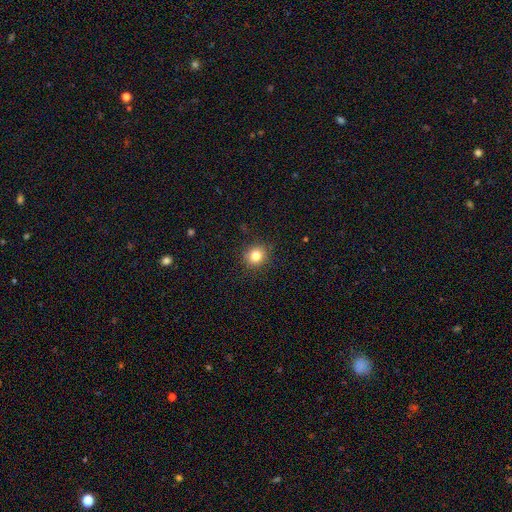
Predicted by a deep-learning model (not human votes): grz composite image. It shows a smooth galaxy with no disk features (82%) that is round (87%). Merging: none (89%).